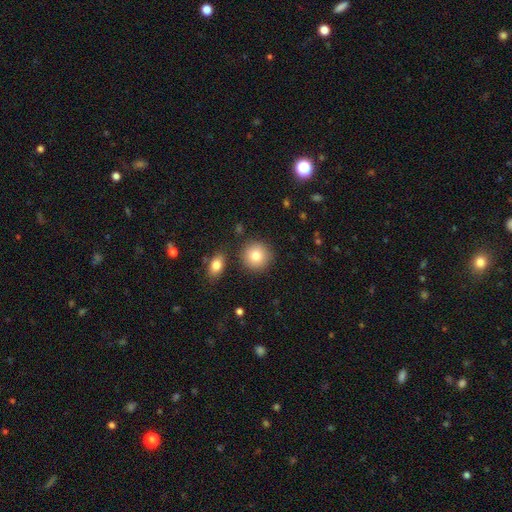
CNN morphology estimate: type=smooth (82%); roundness=round (92%); merging=none (85%).